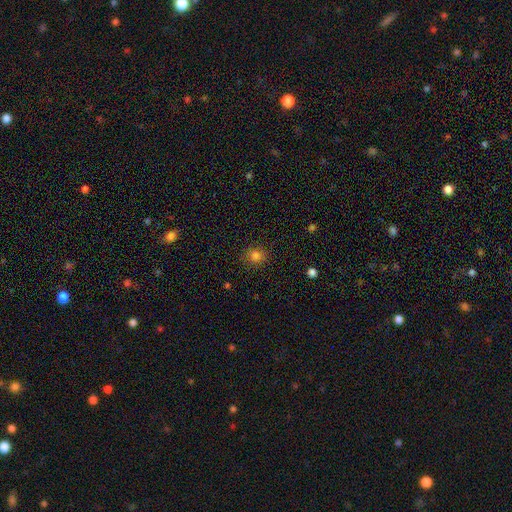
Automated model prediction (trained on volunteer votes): Smooth or featured?
  - smooth: 81% *
  - star or artifact: 14%
  - featured or disk: 5%
How rounded?
  - round: 83% *
  - in between: 16%
  - cigar-shaped: 1%
Merging?
  - none: 87% *
  - minor disturbance: 9%
  - major disturbance: 3%
  - merger: 1%